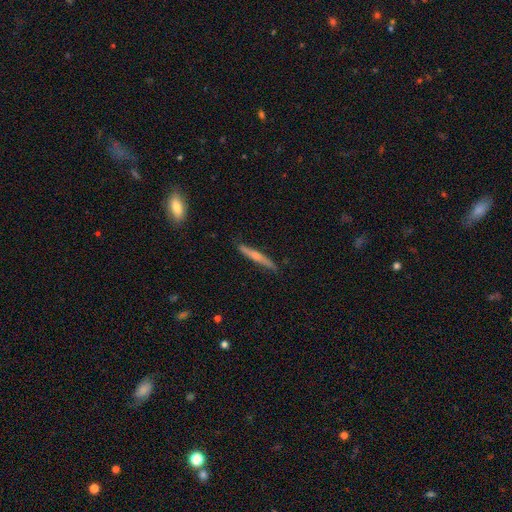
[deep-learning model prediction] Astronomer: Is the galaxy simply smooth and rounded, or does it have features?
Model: featured or disk — 50% (runner-up: smooth, 44%).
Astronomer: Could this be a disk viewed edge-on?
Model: yes — 96%.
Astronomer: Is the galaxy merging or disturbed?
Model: none — 86%.